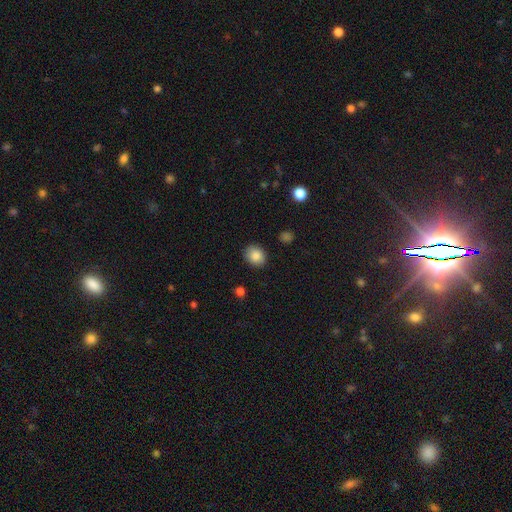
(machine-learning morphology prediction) The model was most divided on "how rounded": round: 52%, in between: 47%, cigar-shaped: 1%. More confident: merging — none (88%); smooth or featured — smooth (87%).